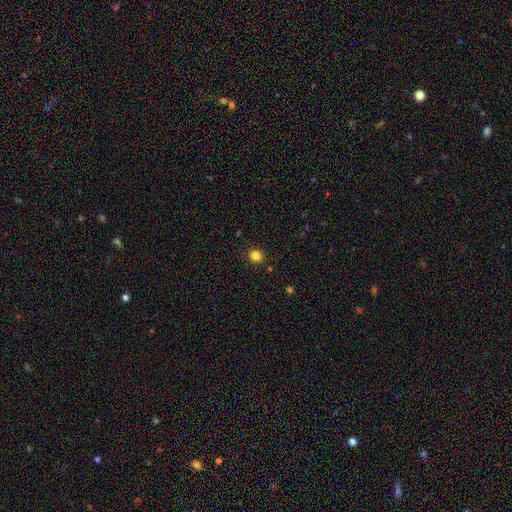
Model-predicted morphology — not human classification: Smooth or featured: smooth — 82% (star or artifact — 13%)
How rounded: round — 80% (in between — 19%)
Merging: none — 90% (minor disturbance — 7%)